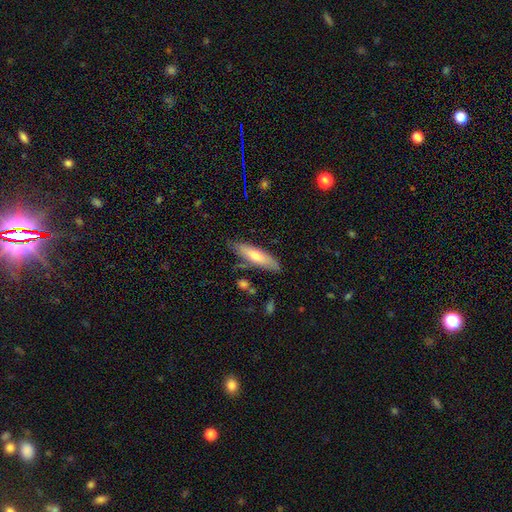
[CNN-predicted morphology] type=smooth (57%); roundness=cigar-shaped (71%); merging=none (79%).